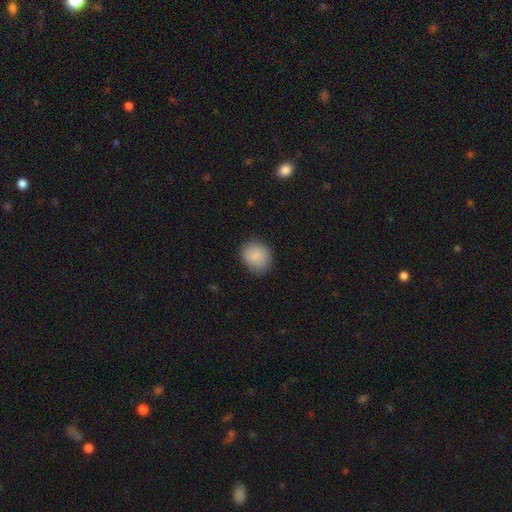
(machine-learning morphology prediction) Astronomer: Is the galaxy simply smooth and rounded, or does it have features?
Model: smooth — 86%.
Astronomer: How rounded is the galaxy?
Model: round — 68%.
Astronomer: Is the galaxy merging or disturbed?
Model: none — 83%.